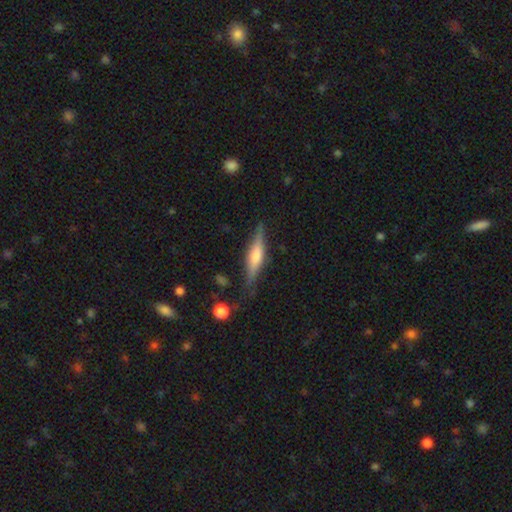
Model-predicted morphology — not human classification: This appears to be a featured or disk galaxy (56%) viewed edge-on (95%) with a rounded central bulge (68%). Merging: none (79%).